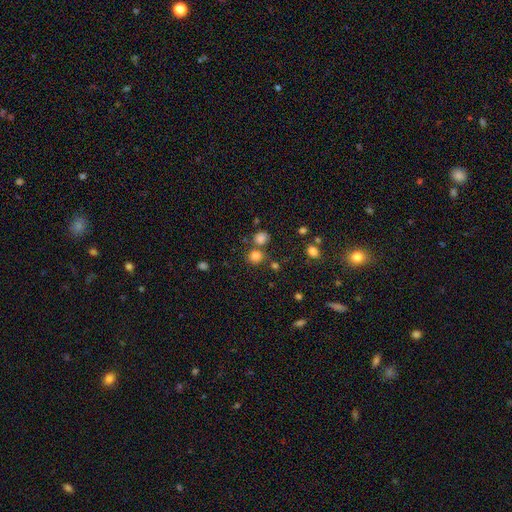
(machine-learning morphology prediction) A smooth galaxy with no disk features (79%) that is round (87%).

Vote fractions:
- Smooth or featured? smooth: 79% / star or artifact: 15% / featured or disk: 6%
- How rounded? round: 87% / in between: 12% / cigar-shaped: 1%
- Merging? none: 69% / merger: 19% / minor disturbance: 8% / major disturbance: 3%